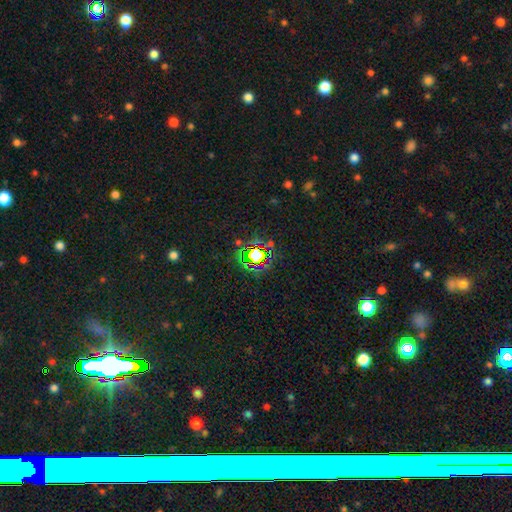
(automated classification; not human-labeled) Smooth or featured: star or artifact — 69% (smooth — 20%)